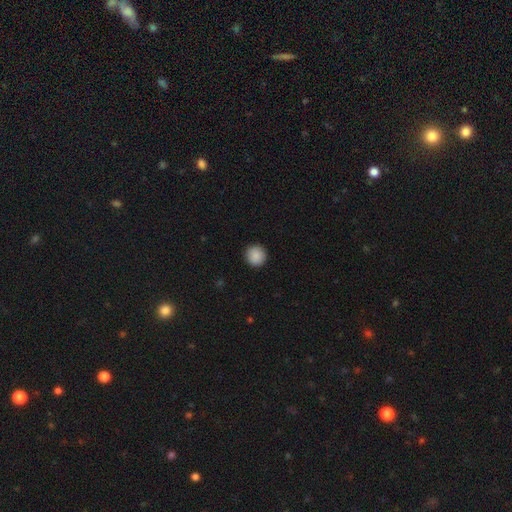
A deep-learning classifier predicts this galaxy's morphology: The model was most divided on "smooth or featured": smooth: 89%, star or artifact: 8%, featured or disk: 3%. More confident: how rounded — round (95%); merging — none (93%).